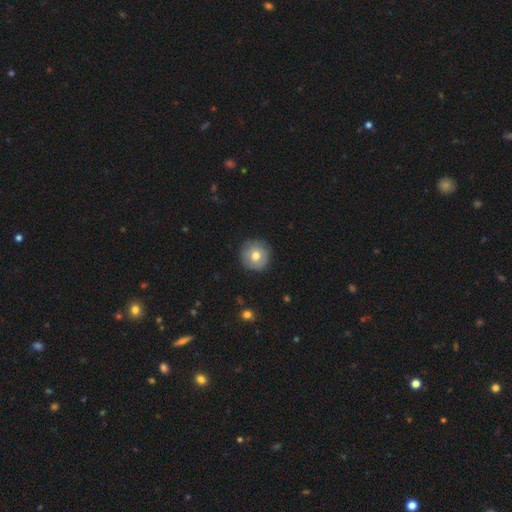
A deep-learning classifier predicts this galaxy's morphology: The model was most divided on "smooth or featured": smooth: 74%, featured or disk: 18%, star or artifact: 9%. More confident: how rounded — round (95%); merging — none (88%).